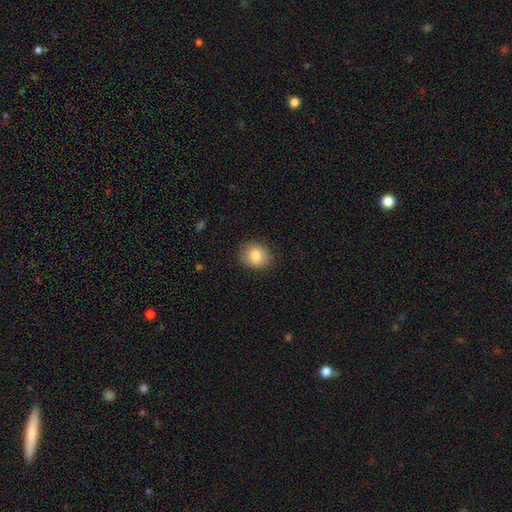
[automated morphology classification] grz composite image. It shows a smooth galaxy with no disk features (84%) that is round (61%). Merging: none (86%).